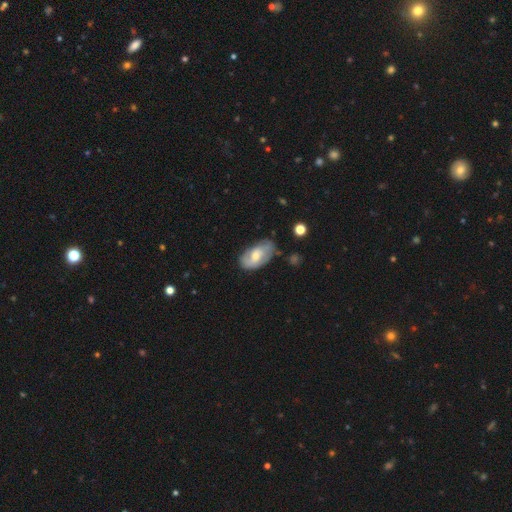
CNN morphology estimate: type=featured or disk (47%); merging=none (60%).